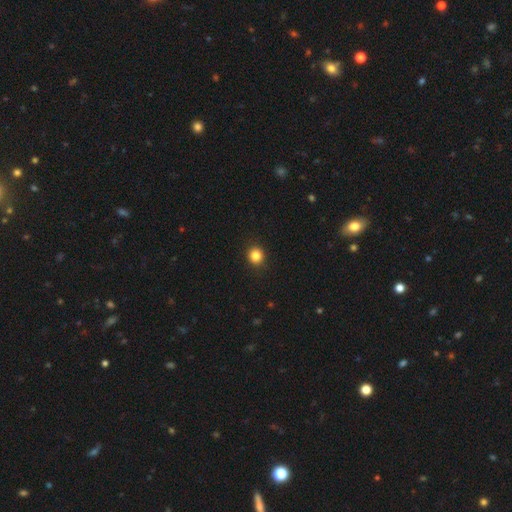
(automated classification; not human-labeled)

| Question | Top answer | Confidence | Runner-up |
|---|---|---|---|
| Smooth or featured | smooth | 84% | star or artifact (12%) |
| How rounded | round | 90% | in between (10%) |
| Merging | none | 92% | minor disturbance (5%) |